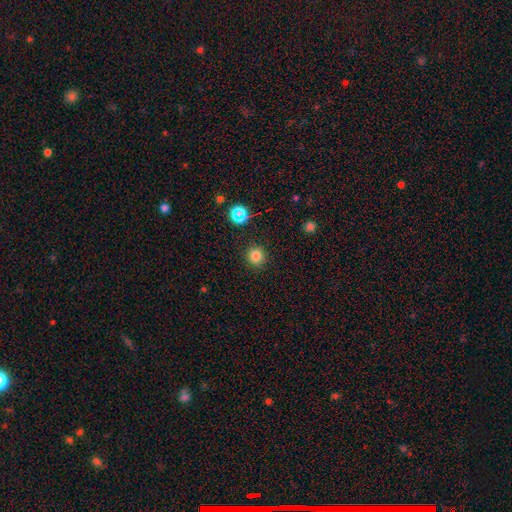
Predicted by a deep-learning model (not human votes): smooth-or-featured: smooth: 78% | star or artifact: 16% | featured or disk: 5%
  how-rounded: round: 93% | in between: 6% | cigar-shaped: 1%
  merging: none: 90% | minor disturbance: 6% | major disturbance: 2% | merger: 1%